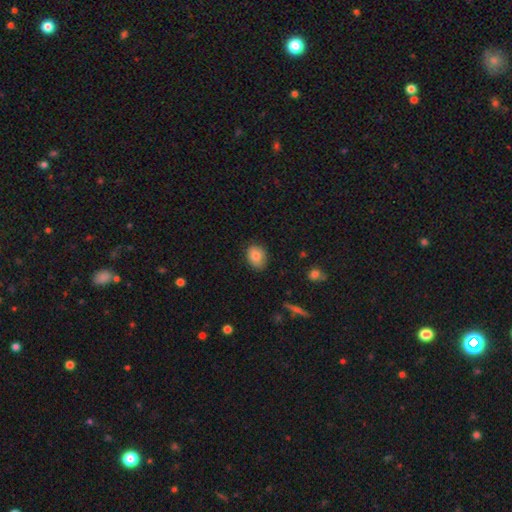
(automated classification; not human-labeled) Smooth or featured? Predicted: smooth (p=0.80). How rounded? Predicted: in between (p=0.62). Merging? Predicted: none (p=0.81).